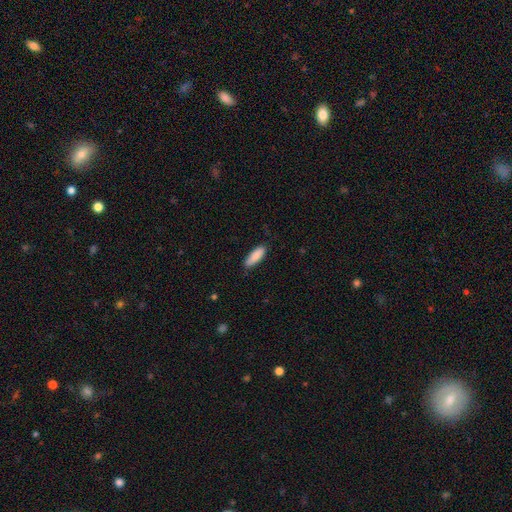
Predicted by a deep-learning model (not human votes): Q: Smooth or featured?
A: smooth (88%); runner-up: featured or disk (7%)
Q: How rounded?
A: in between (59%); runner-up: cigar-shaped (40%)
Q: Merging?
A: none (81%); runner-up: minor disturbance (15%)